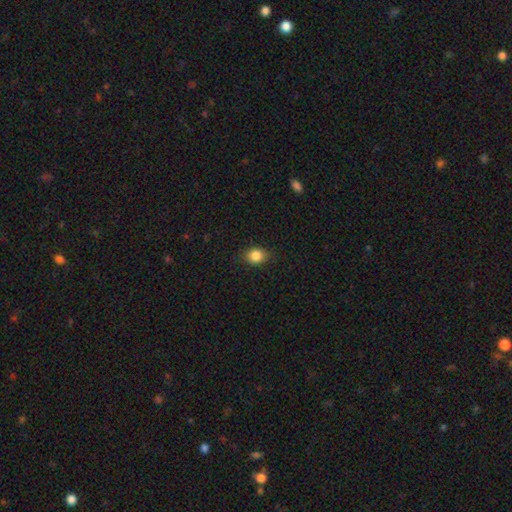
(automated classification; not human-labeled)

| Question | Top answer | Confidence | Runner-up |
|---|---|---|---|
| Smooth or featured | smooth | 85% | star or artifact (10%) |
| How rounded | round | 59% | in between (40%) |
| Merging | none | 84% | minor disturbance (13%) |